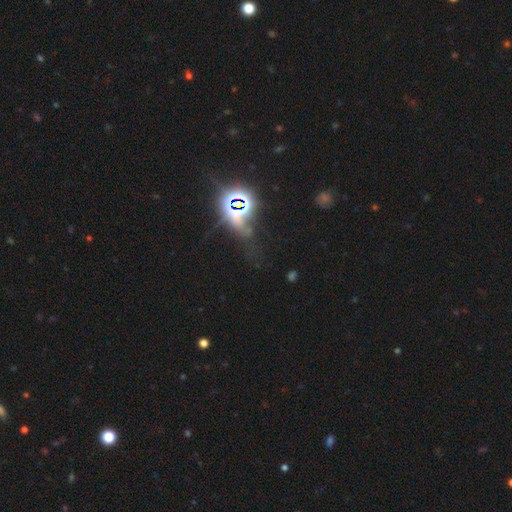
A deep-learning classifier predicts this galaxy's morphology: smooth_or_featured: star or artifact (p=0.75) [alt: smooth p=0.14]